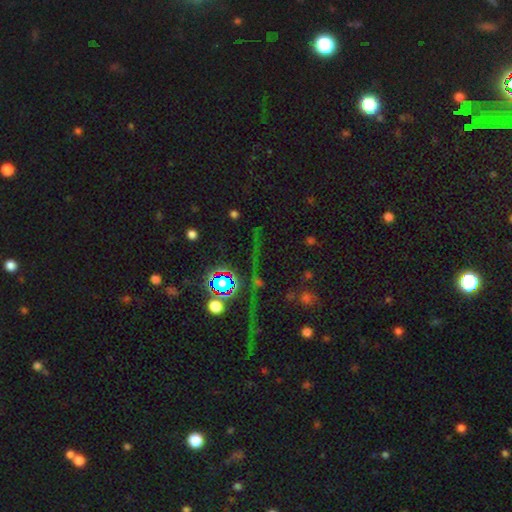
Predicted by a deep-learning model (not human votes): Morphology: type=star or artifact (76%).